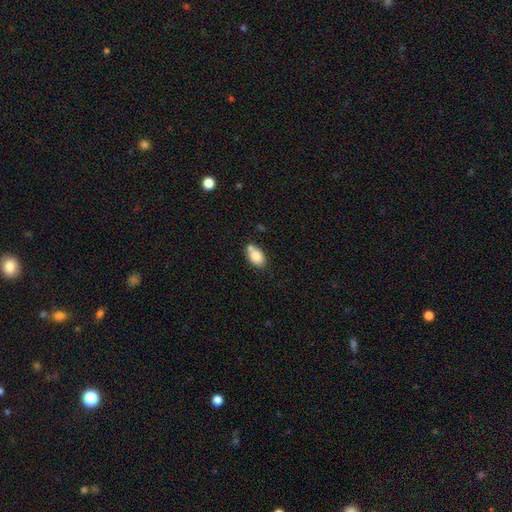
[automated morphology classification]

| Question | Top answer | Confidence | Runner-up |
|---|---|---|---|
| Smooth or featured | smooth | 83% | featured or disk (9%) |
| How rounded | in between | 87% | round (11%) |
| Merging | none | 56% | merger (20%) |